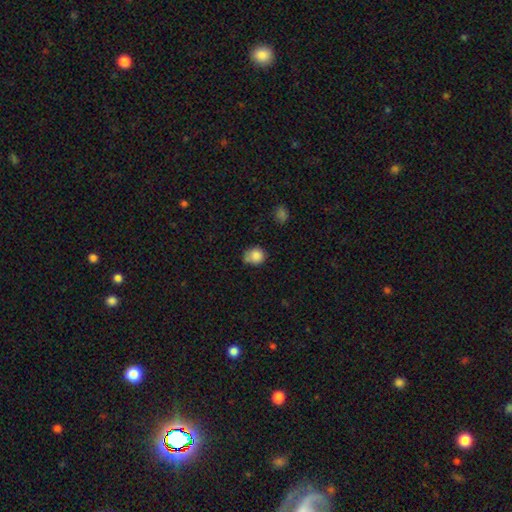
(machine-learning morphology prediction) A smooth galaxy with no disk features (83%) that is round (78%). Merging: none (52%).